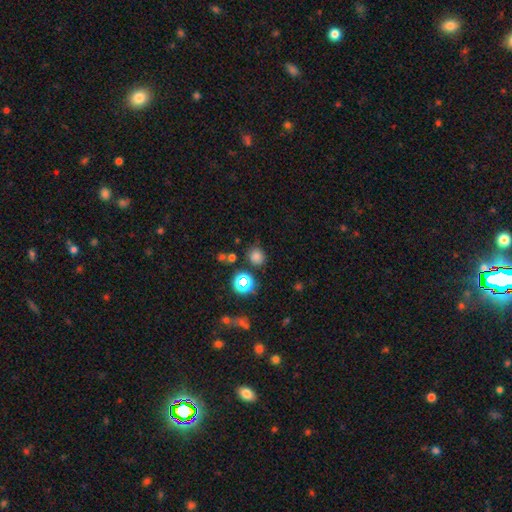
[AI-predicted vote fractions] smooth_or_featured: smooth (p=0.73) [alt: star or artifact p=0.21]
how_rounded: round (p=0.84) [alt: in between p=0.15]
merging: none (p=0.79) [alt: minor disturbance p=0.12]